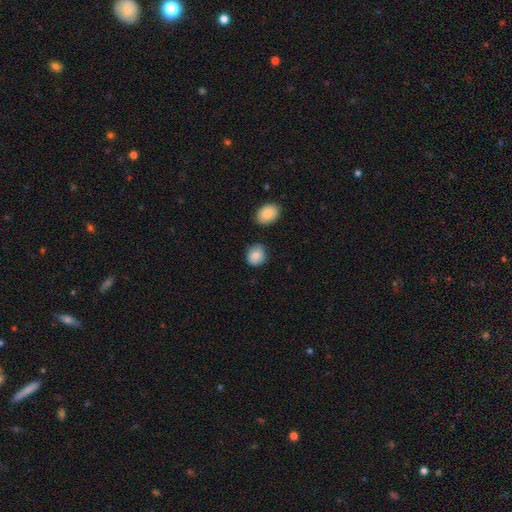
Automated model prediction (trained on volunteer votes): The model was most divided on "how rounded": round: 66%, in between: 33%, cigar-shaped: 1%. More confident: smooth or featured — smooth (87%); merging — none (73%).